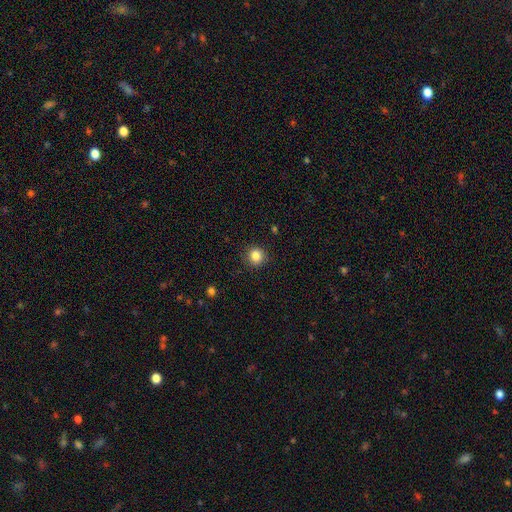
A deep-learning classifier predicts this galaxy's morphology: smooth_or_featured: smooth (p=0.84) [alt: star or artifact p=0.11]
how_rounded: round (p=0.91) [alt: in between p=0.08]
merging: none (p=0.90) [alt: minor disturbance p=0.07]